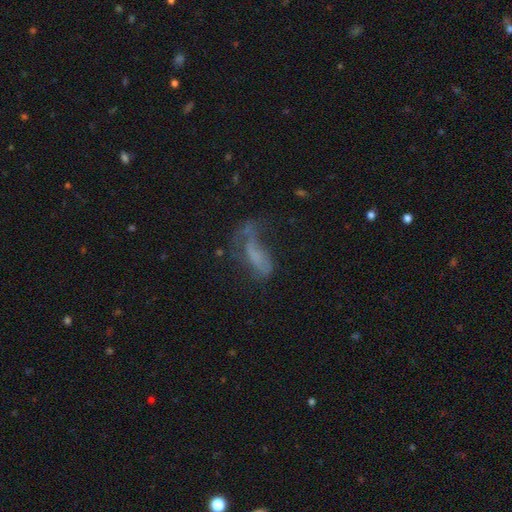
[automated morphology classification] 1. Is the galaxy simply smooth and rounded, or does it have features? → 42% featured or disk (tied), 42% smooth (tied), 16% star or artifact.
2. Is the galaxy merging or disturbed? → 46% major disturbance, 27% none, 20% minor disturbance, 7% merger.